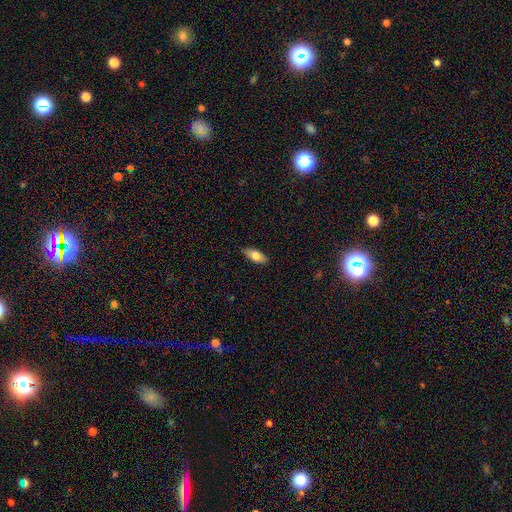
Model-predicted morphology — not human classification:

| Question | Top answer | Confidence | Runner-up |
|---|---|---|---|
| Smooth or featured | smooth | 76% | featured or disk (18%) |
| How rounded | in between | 78% | cigar-shaped (20%) |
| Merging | none | 86% | minor disturbance (11%) |